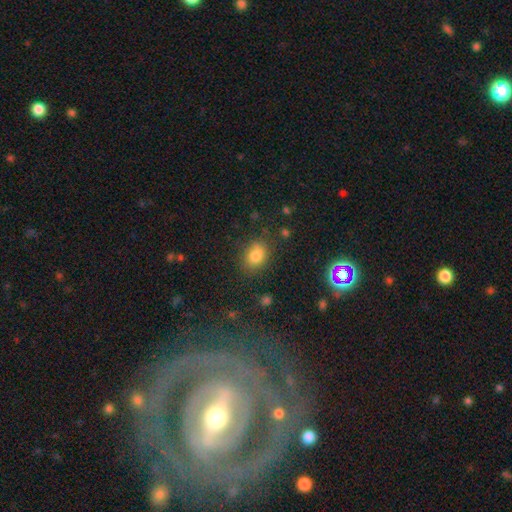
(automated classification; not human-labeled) A smooth galaxy with no disk features (77%) that is in between round and cigar-shaped (56%). Merging: none (73%).